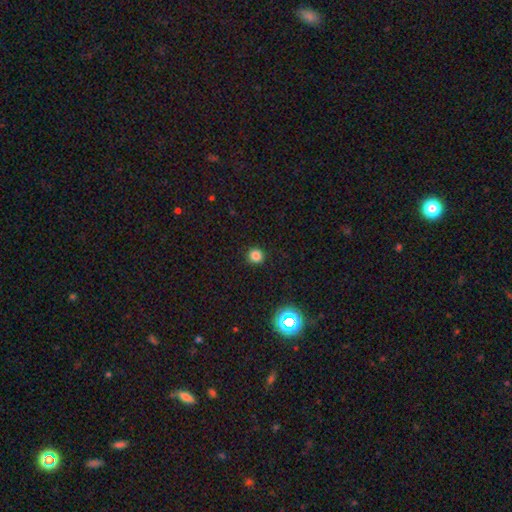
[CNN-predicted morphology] A smooth galaxy with no disk features (81%) that is round (94%).

Vote fractions:
- Smooth or featured? smooth: 81% / star or artifact: 15% / featured or disk: 4%
- How rounded? round: 94% / in between: 5% / cigar-shaped: 1%
- Merging? none: 92% / minor disturbance: 5% / major disturbance: 2% / merger: 1%